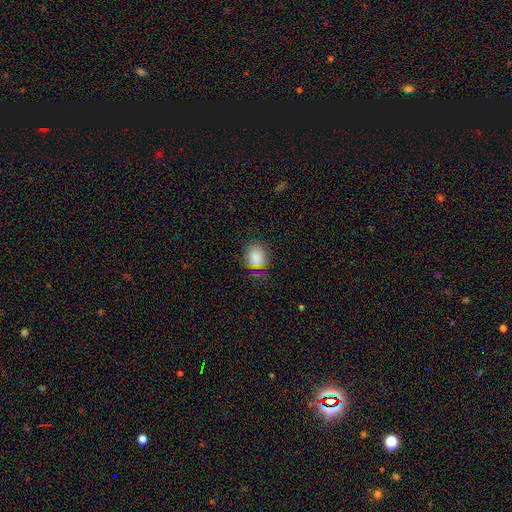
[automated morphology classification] type=smooth (81%); roundness=round (52%); merging=none (64%).